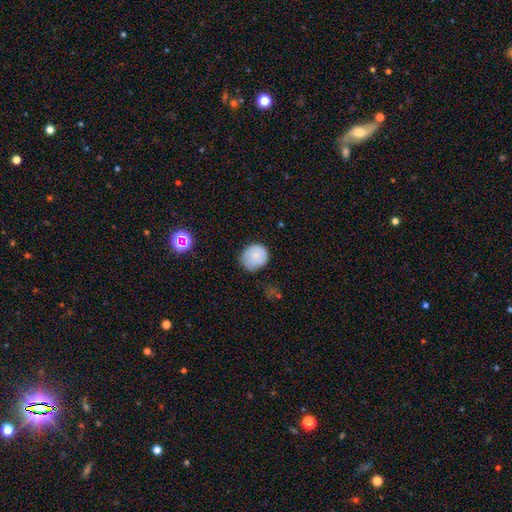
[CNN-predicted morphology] Smooth or featured: smooth — 76% (featured or disk — 16%)
How rounded: round — 81% (in between — 18%)
Merging: none — 67% (minor disturbance — 25%)